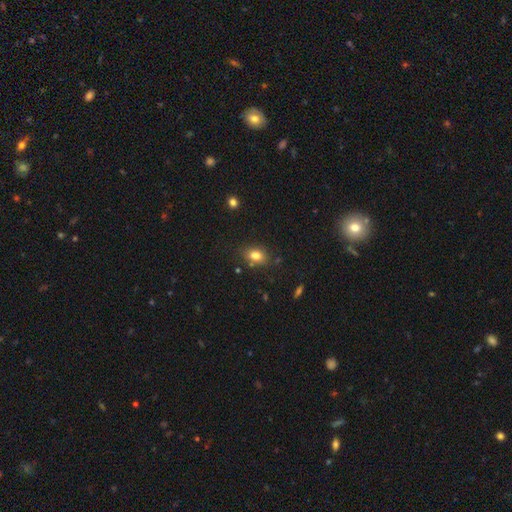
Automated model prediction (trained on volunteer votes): Morphology: type=smooth (81%); roundness=in between (73%); merging=none (77%).